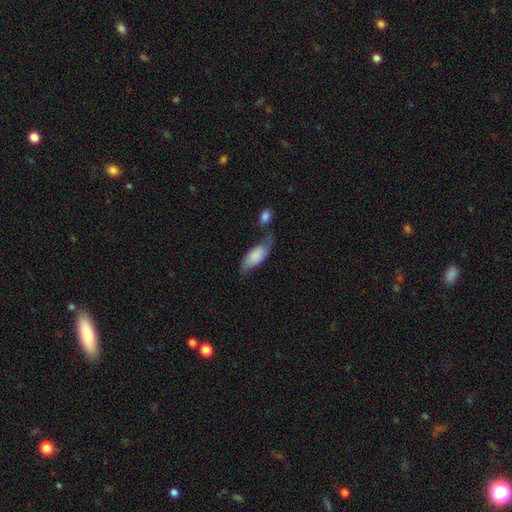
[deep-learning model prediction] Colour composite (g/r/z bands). It shows a smooth galaxy with no disk features (74%) that is in between round and cigar-shaped (86%). Merging: none (37%).